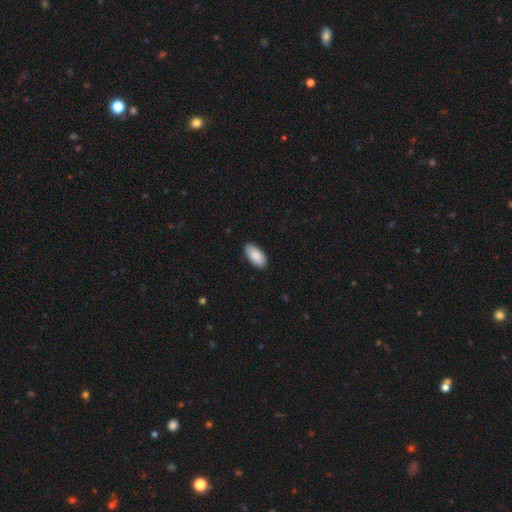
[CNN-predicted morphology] smooth-or-featured: smooth: 89% | star or artifact: 6% | featured or disk: 5%
  how-rounded: in between: 95% | cigar-shaped: 4% | round: 2%
  merging: none: 88% | minor disturbance: 9% | major disturbance: 2% | merger: 1%